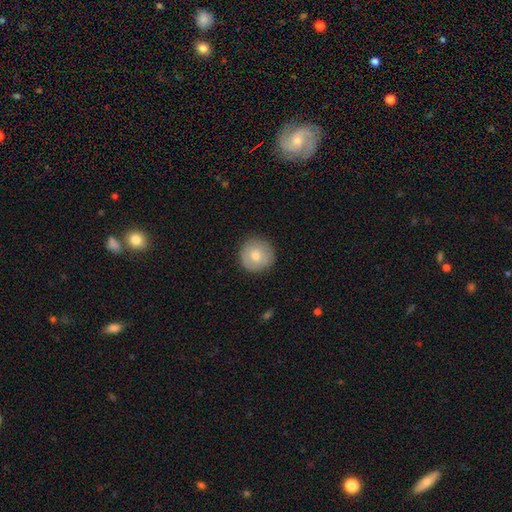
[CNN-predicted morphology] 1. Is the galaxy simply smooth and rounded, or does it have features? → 72% smooth, 21% featured or disk, 7% star or artifact.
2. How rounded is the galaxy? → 94% round, 5% in between, 1% cigar-shaped.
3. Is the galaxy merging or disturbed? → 87% none, 10% minor disturbance, 2% major disturbance, 1% merger.